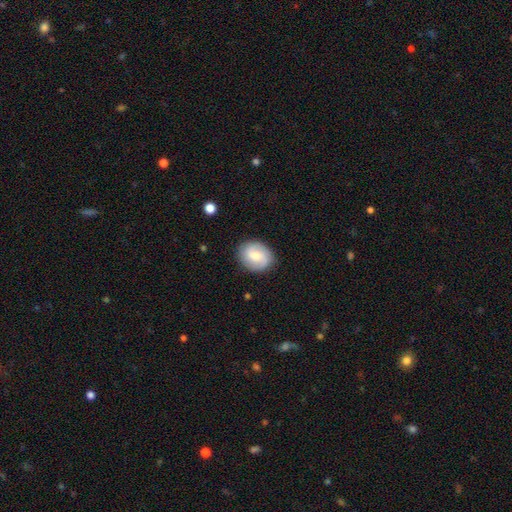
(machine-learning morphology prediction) Smooth or featured: featured or disk — 48% (smooth — 45%)
Merging: none — 85% (minor disturbance — 10%)